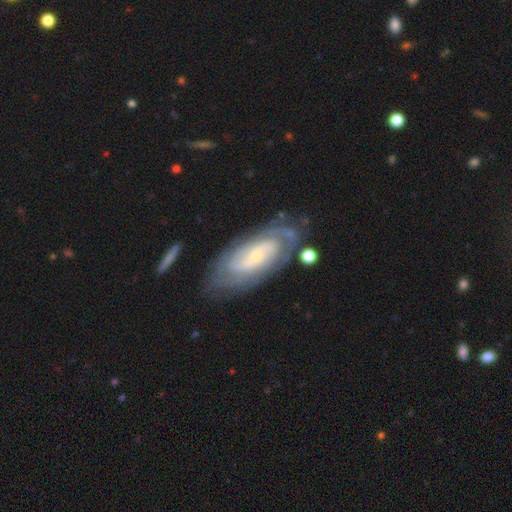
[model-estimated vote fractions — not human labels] A featured or disk galaxy (80%) with no bar (62%), tight (68%) spiral arms (92%) and a small central bulge (78%).

Vote fractions:
- Smooth or featured? featured or disk: 80% / smooth: 15% / star or artifact: 6%
- Edge-on disk? no: 92% / yes: 8%
- Bar? no: 62% / weak: 29% / strong: 9%
- Spiral arms? yes: 92% / no: 8%
- Spiral winding? tight: 68% / medium: 25% / loose: 7%
- Spiral arm count? can't tell: 42% / 2: 32% / 3: 11% / 4: 7% / 1: 4% / more than 4: 4%
- Bulge size? small: 78% / moderate: 18% / none: 2% / large: 2% / dominant: 1%
- Merging? none: 72% / minor disturbance: 18% / major disturbance: 7% / merger: 3%